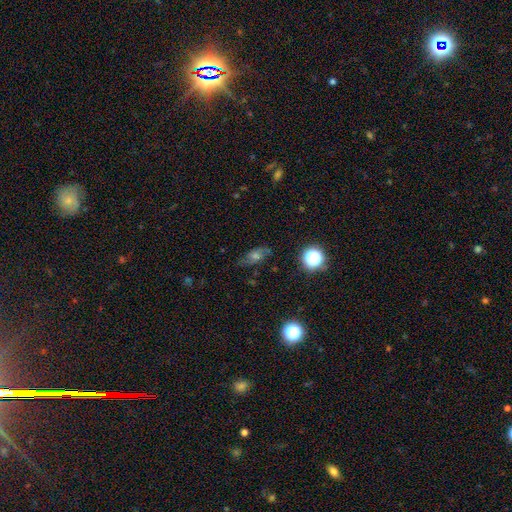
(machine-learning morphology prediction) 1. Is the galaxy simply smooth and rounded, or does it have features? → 41% featured or disk, 38% smooth, 21% star or artifact.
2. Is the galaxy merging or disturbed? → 74% none, 18% minor disturbance, 6% major disturbance, 2% merger.